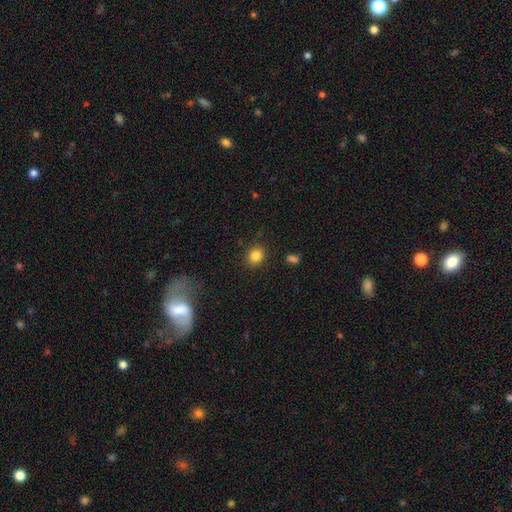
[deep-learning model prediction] A smooth galaxy with no disk features (85%) that is round (73%).

Vote fractions:
- Smooth or featured? smooth: 85% / star or artifact: 11% / featured or disk: 4%
- How rounded? round: 73% / in between: 26% / cigar-shaped: 1%
- Merging? none: 87% / minor disturbance: 8% / major disturbance: 3% / merger: 2%